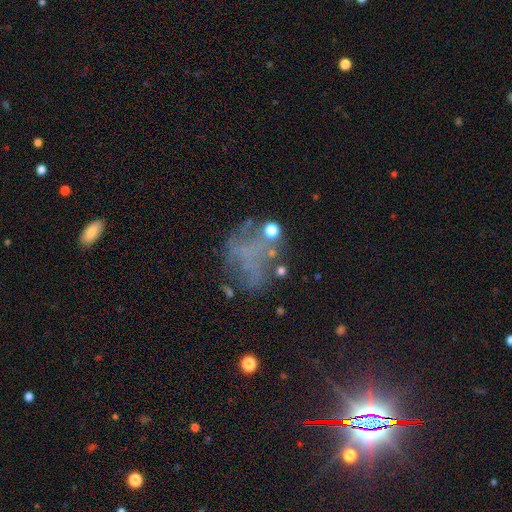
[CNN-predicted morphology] smooth_or_featured: star or artifact (p=0.41) [alt: featured or disk p=0.39]